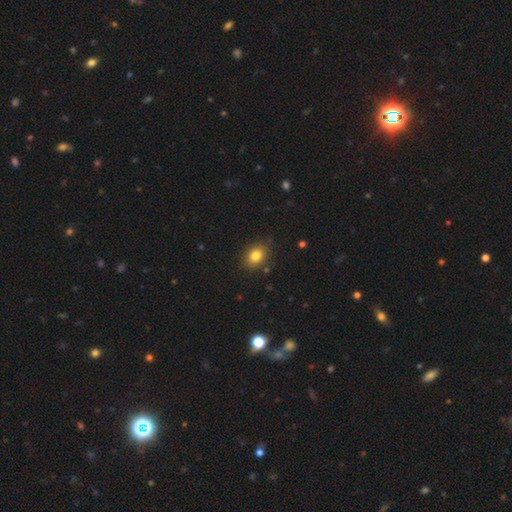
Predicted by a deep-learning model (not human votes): Smooth or featured? smooth (83%)
How rounded? in between (60%)
Merging? none (84%)